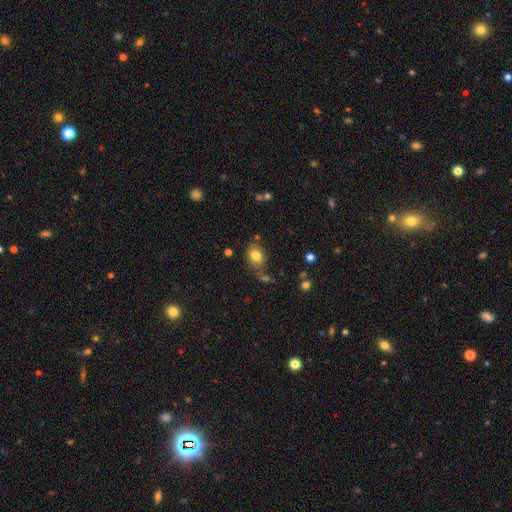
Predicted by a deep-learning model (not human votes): Smooth or featured? smooth (81%)
How rounded? in between (69%)
Merging? none (70%)